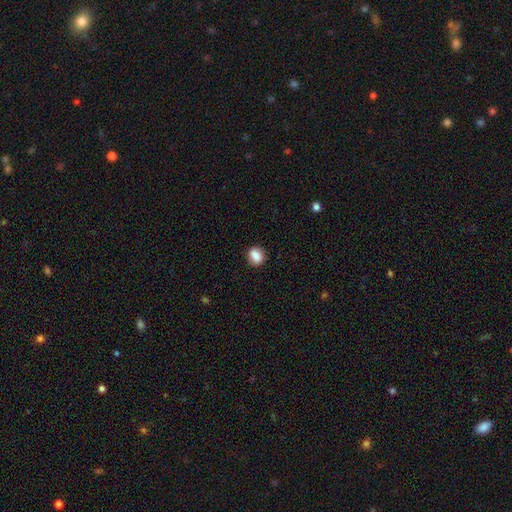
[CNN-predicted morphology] This is clearly a smooth galaxy (85%). How rounded: possibly in between (50%). Merging: clearly none (86%).